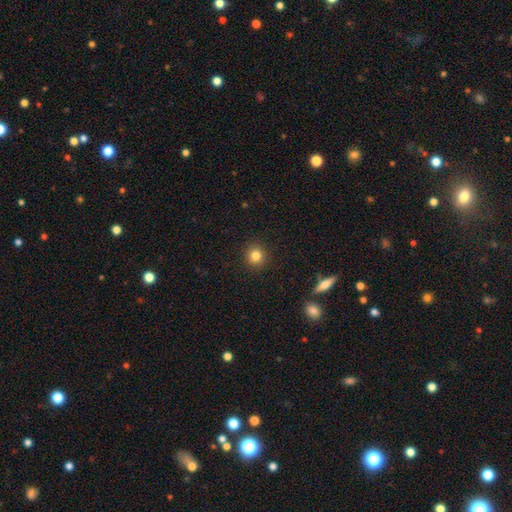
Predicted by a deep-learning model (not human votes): Smooth or featured?
  - smooth: 82% *
  - star or artifact: 12%
  - featured or disk: 6%
How rounded?
  - round: 92% *
  - in between: 7%
  - cigar-shaped: 1%
Merging?
  - none: 92% *
  - minor disturbance: 5%
  - major disturbance: 2%
  - merger: 1%